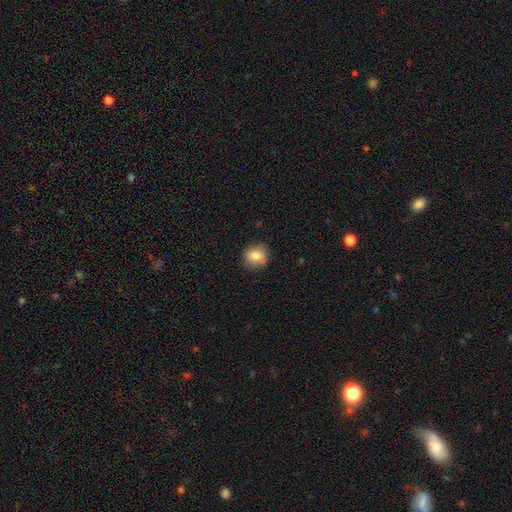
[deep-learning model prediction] Smooth or featured? smooth (82%)
How rounded? round (82%)
Merging? none (85%)